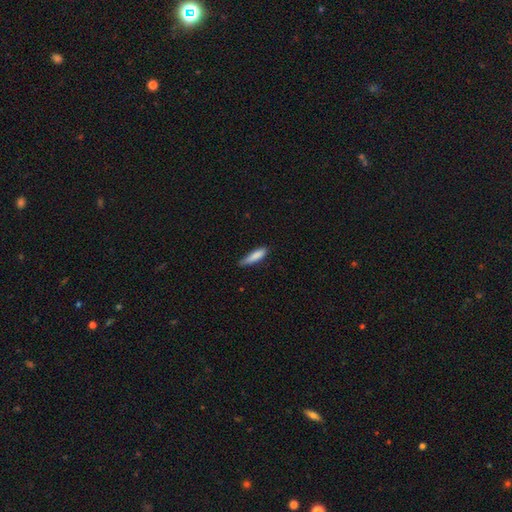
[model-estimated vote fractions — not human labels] Morphology: type=smooth (85%); roundness=cigar-shaped (73%); merging=none (63%).